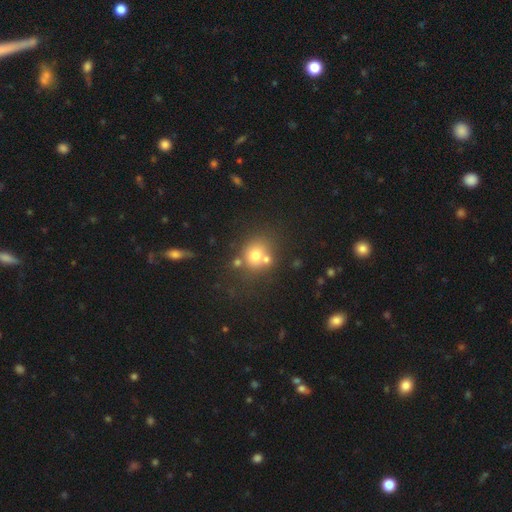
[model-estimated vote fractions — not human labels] Smooth or featured? smooth (70%)
How rounded? round (80%)
Merging? none (54%)